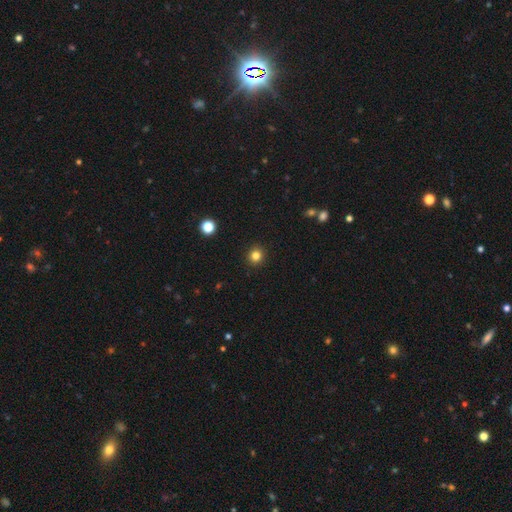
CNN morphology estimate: This appears to be a smooth galaxy with no disk features (82%) that is round (91%). Merging: none (92%).